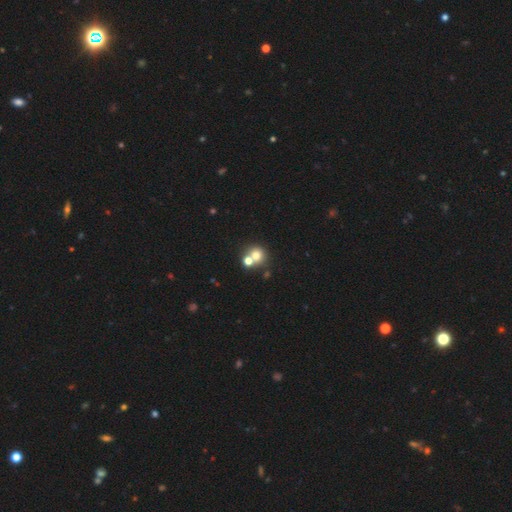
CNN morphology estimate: This is likely a smooth galaxy (71%). How rounded: clearly round (84%). Merging: possibly none (48%).